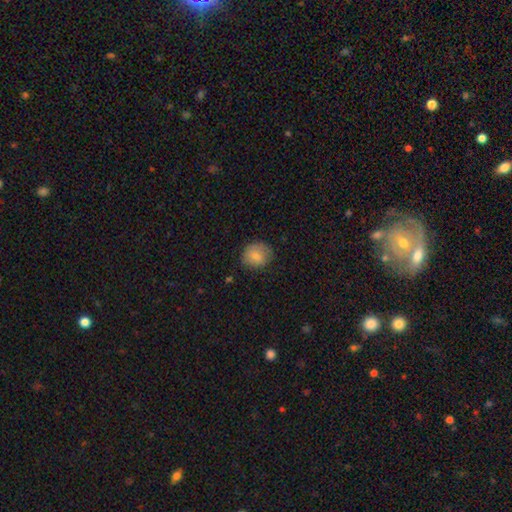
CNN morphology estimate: Smooth or featured? smooth (80%)
How rounded? round (73%)
Merging? none (72%)